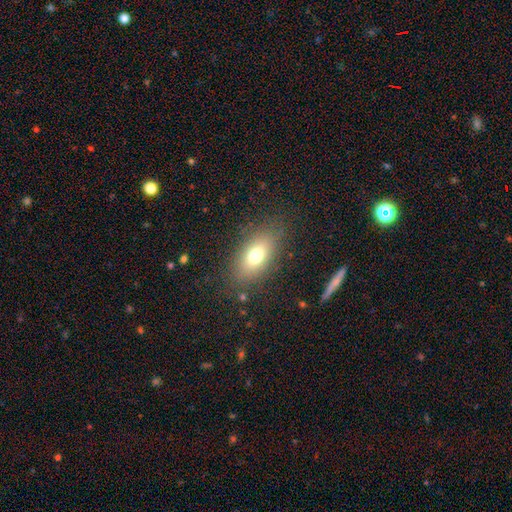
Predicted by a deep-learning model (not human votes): This is likely a smooth galaxy (72%). How rounded: clearly in between (85%). Merging: clearly none (82%).